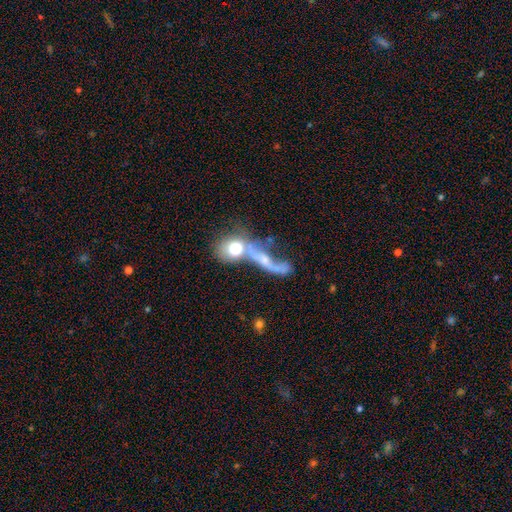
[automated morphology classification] Smooth or featured? featured or disk (42%, tied with smooth)
Merging? merger (54%)